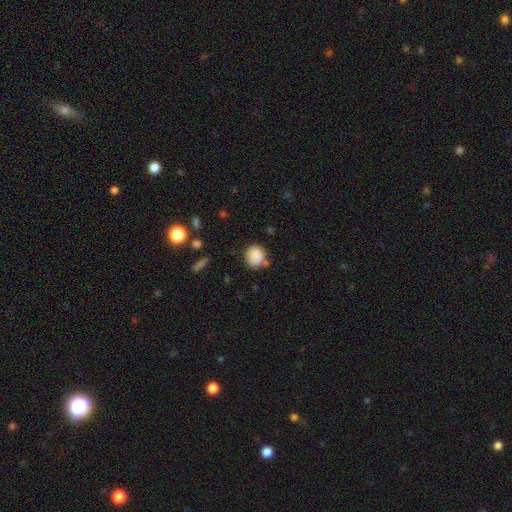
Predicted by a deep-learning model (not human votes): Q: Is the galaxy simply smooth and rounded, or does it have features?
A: smooth — 86%.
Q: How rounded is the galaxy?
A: round — 75%.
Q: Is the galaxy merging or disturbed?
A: none — 70%.